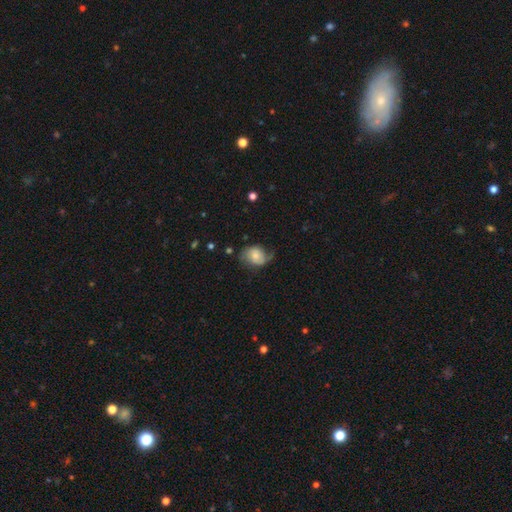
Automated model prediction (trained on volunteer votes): A smooth galaxy with no disk features (47%).

Vote fractions:
- Smooth or featured? smooth: 47% / featured or disk: 45% / star or artifact: 8%
- Merging? none: 47% / minor disturbance: 31% / major disturbance: 19% / merger: 2%